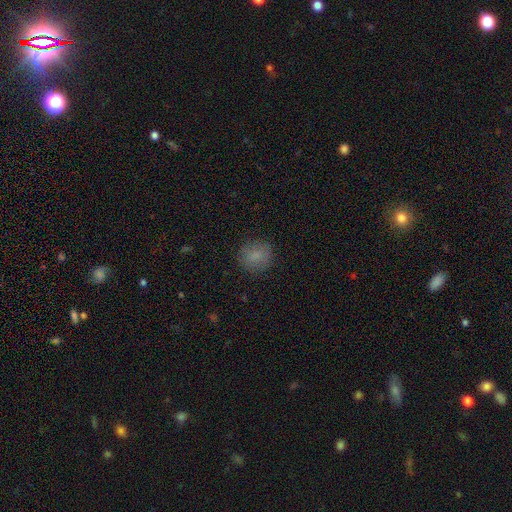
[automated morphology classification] This is clearly a smooth galaxy (83%). How rounded: clearly round (85%). Merging: clearly none (86%).